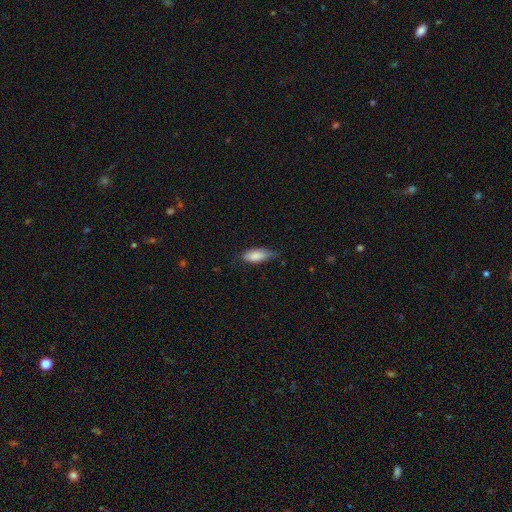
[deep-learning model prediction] Smooth or featured?
  - smooth: 84% *
  - featured or disk: 10%
  - star or artifact: 6%
How rounded?
  - in between: 82% *
  - cigar-shaped: 16%
  - round: 2%
Merging?
  - none: 56% *
  - minor disturbance: 36%
  - major disturbance: 7%
  - merger: 1%